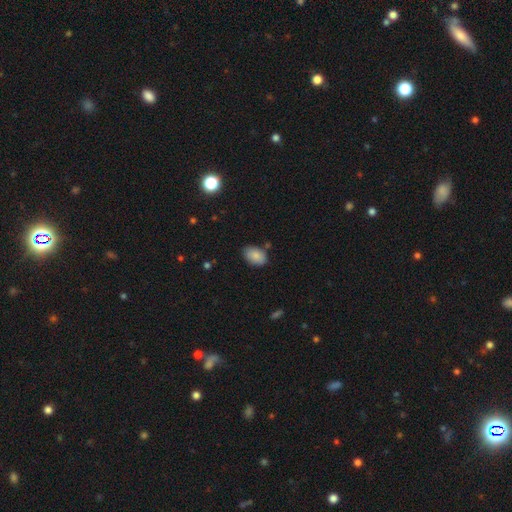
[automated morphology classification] Smooth or featured: smooth — 86% (star or artifact — 8%)
How rounded: in between — 88% (round — 11%)
Merging: none — 77% (minor disturbance — 16%)